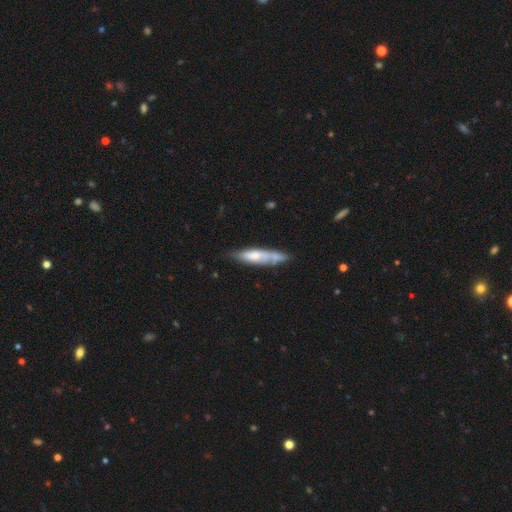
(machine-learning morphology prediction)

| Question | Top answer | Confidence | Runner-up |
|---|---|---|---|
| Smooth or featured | smooth | 55% | featured or disk (39%) |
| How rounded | cigar-shaped | 75% | in between (24%) |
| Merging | none | 56% | minor disturbance (23%) |